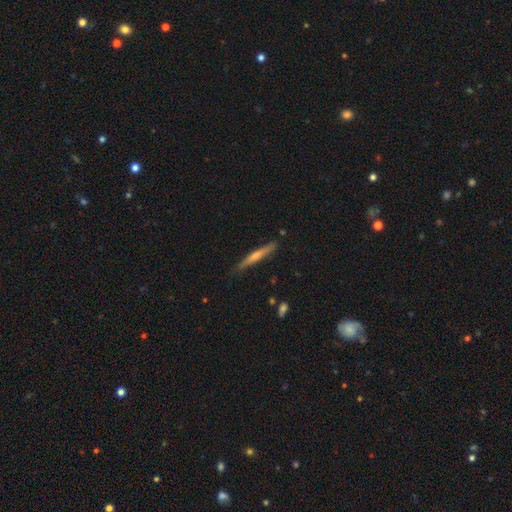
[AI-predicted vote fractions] The model was most divided on "smooth or featured": featured or disk: 55%, smooth: 39%, star or artifact: 6%. More confident: edge-on disk — yes (97%); merging — none (87%); edge-on bulge — rounded (60%).